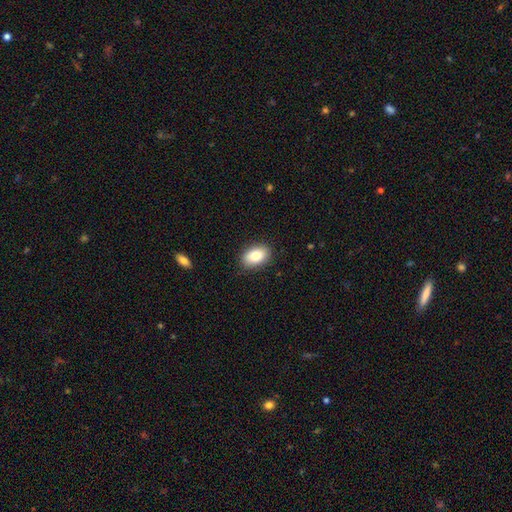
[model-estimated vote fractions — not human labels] A smooth galaxy with no disk features (83%) that is in between round and cigar-shaped (89%).

Vote fractions:
- Smooth or featured? smooth: 83% / featured or disk: 9% / star or artifact: 8%
- How rounded? in between: 89% / round: 10% / cigar-shaped: 1%
- Merging? none: 87% / minor disturbance: 9% / major disturbance: 2% / merger: 1%